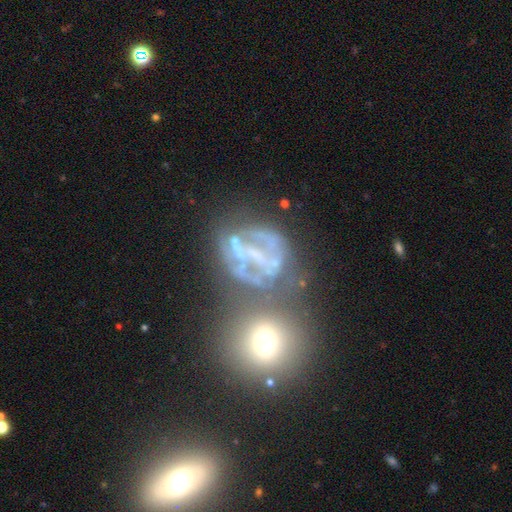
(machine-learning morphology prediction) smooth_or_featured: featured or disk (p=0.63) [alt: star or artifact p=0.19]
disk_edge_on: no (p=0.96) [alt: yes p=0.04]
bar: no (p=0.51) [alt: strong p=0.26]
has_spiral_arms: no (p=0.62) [alt: yes p=0.38]
bulge_size: none (p=0.54) [alt: small p=0.24]
merging: none (p=0.36) [alt: major disturbance p=0.27]